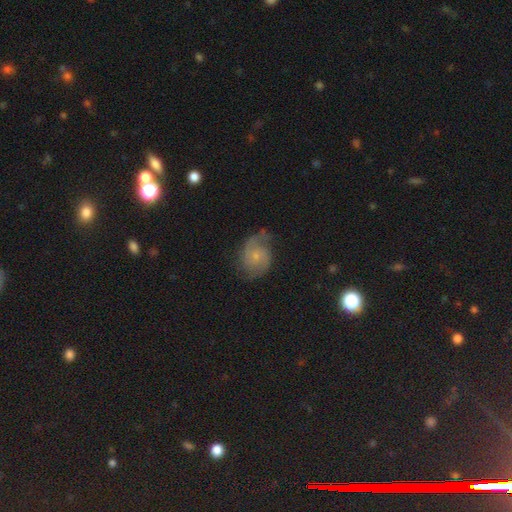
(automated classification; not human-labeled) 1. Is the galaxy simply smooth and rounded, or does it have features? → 73% featured or disk, 19% smooth, 7% star or artifact.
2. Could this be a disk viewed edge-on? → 98% no, 2% yes.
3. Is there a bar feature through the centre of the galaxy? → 68% no, 28% weak, 4% strong.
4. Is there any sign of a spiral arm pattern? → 93% yes, 7% no.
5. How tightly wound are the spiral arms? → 49% medium, 27% loose, 24% tight.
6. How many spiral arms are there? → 83% 2, 8% can't tell, 3% 3, 3% 1, 1% 4, 1% more than 4.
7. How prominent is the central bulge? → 66% small, 24% moderate, 8% none, 2% large, 1% dominant.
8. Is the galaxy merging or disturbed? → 64% none, 24% minor disturbance, 11% major disturbance, 2% merger.